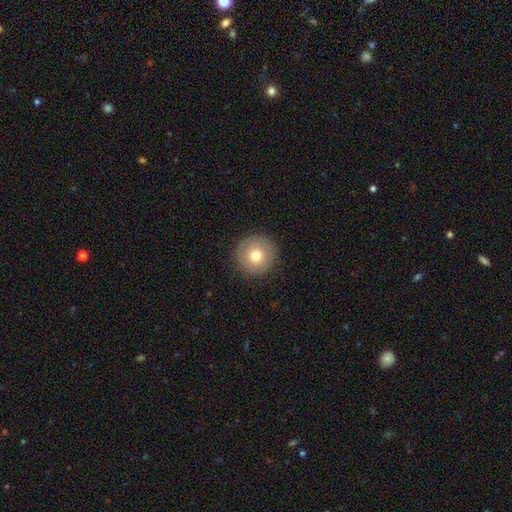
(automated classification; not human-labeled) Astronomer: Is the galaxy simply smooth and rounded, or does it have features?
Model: smooth — 73%.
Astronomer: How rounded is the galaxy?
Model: round — 96%.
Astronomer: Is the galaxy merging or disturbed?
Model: none — 90%.